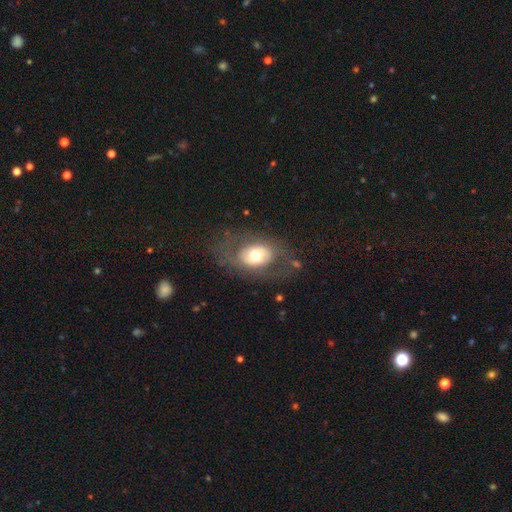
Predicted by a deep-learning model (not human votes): Smooth or featured?
  - smooth: 49% *
  - featured or disk: 43%
  - star or artifact: 8%
Merging?
  - none: 65% *
  - minor disturbance: 17%
  - major disturbance: 16%
  - merger: 2%